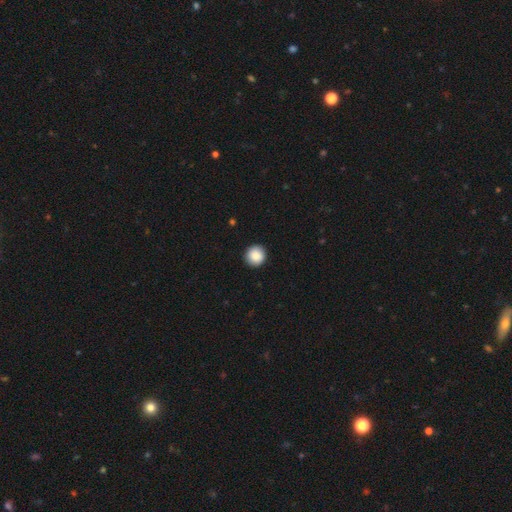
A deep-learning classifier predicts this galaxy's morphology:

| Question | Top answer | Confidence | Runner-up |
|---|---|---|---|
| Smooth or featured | smooth | 88% | star or artifact (8%) |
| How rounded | round | 95% | in between (4%) |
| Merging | none | 92% | minor disturbance (5%) |